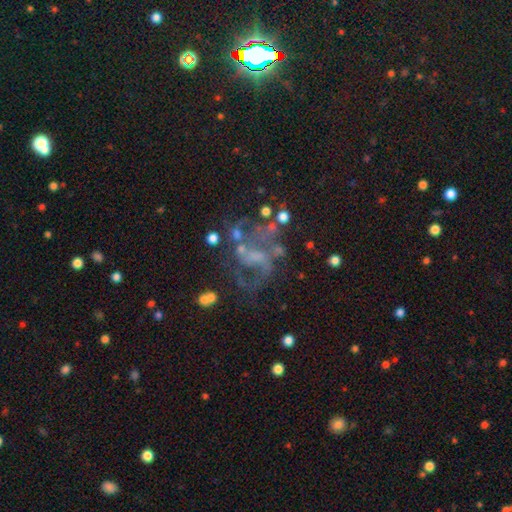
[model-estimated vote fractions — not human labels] A featured or disk galaxy (72%) with no bar (56%), spiral arms (68%) and no central bulge (50%).

Vote fractions:
- Smooth or featured? featured or disk: 72% / star or artifact: 16% / smooth: 12%
- Edge-on disk? no: 98% / yes: 2%
- Bar? no: 56% / weak: 33% / strong: 11%
- Spiral arms? yes: 68% / no: 32%
- Bulge size? none: 50% / small: 26% / moderate: 19% / large: 4% / dominant: 1%
- Merging? none: 43% / major disturbance: 31% / minor disturbance: 17% / merger: 9%